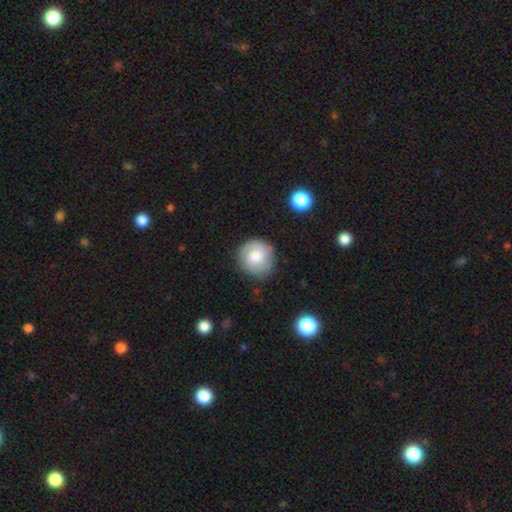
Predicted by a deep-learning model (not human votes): This is likely a smooth galaxy (64%). How rounded: clearly round (91%). Merging: clearly none (81%).